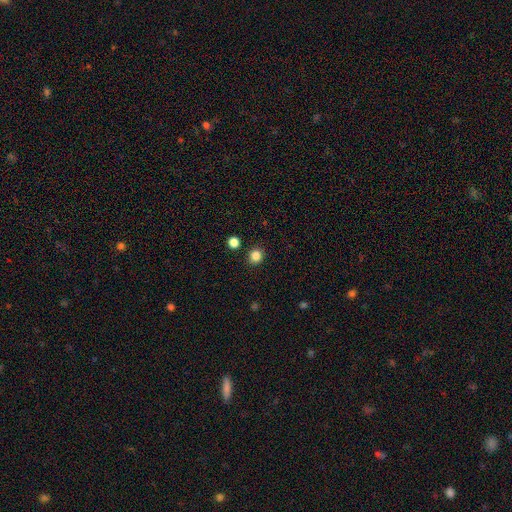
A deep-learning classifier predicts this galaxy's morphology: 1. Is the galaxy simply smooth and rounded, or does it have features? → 84% smooth, 12% star or artifact, 4% featured or disk.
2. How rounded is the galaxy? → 86% round, 13% in between, 1% cigar-shaped.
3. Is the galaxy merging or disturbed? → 89% none, 6% minor disturbance, 3% merger, 2% major disturbance.